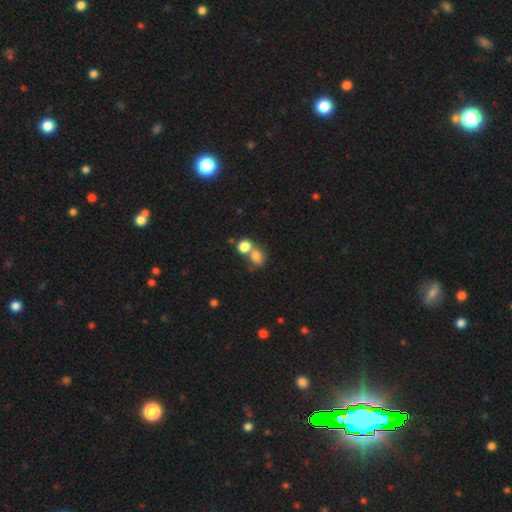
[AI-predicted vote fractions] This is likely a smooth galaxy (77%). How rounded: possibly round (53%). Merging: possibly merger (49%).